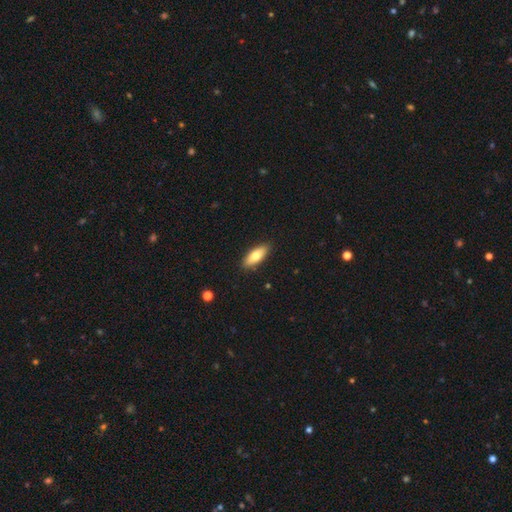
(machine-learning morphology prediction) The model was most divided on "how rounded": in between: 72%, cigar-shaped: 26%, round: 2%. More confident: merging — none (89%); smooth or featured — smooth (73%).